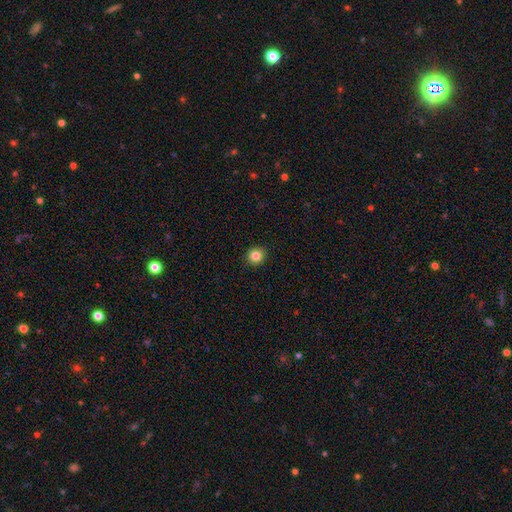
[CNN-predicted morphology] A smooth galaxy with no disk features (84%) that is round (93%). Merging: none (93%).